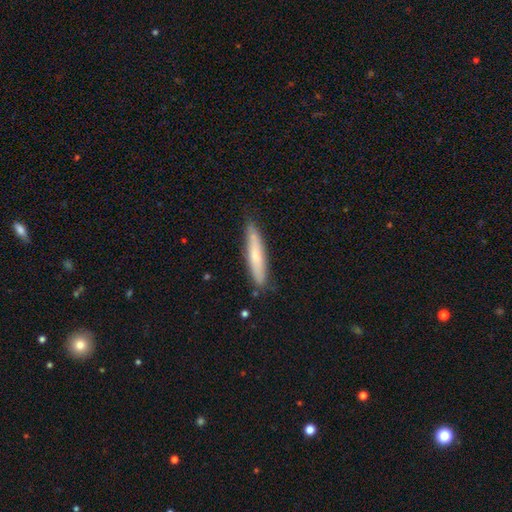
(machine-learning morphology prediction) A smooth galaxy with no disk features (62%) that is cigar-shaped (90%).

Vote fractions:
- Smooth or featured? smooth: 62% / featured or disk: 32% / star or artifact: 6%
- How rounded? cigar-shaped: 90% / in between: 9% / round: 1%
- Merging? none: 83% / minor disturbance: 13% / major disturbance: 2% / merger: 2%